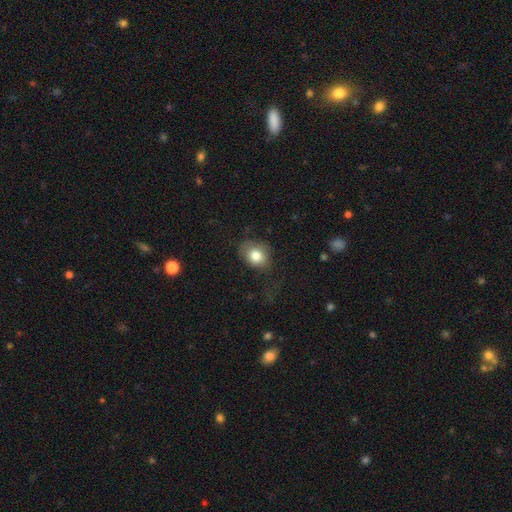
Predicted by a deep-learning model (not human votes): smooth-or-featured: smooth: 80% | featured or disk: 10% | star or artifact: 9%
  how-rounded: round: 53% | in between: 46% | cigar-shaped: 1%
  merging: none: 57% | minor disturbance: 26% | major disturbance: 15% | merger: 2%